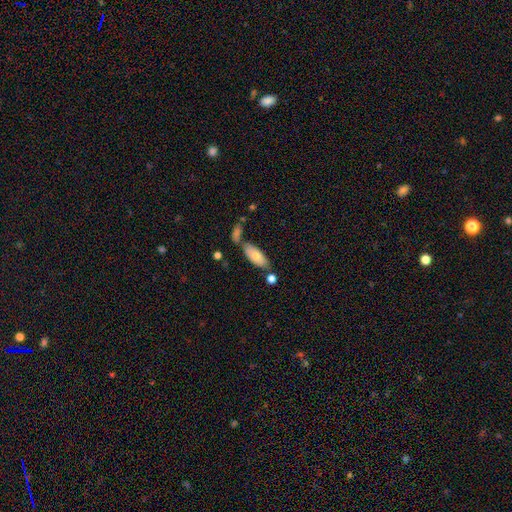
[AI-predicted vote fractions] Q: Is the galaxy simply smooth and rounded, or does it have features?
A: smooth — 72%.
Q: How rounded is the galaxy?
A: in between — 81%.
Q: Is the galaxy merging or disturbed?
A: none — 57%.